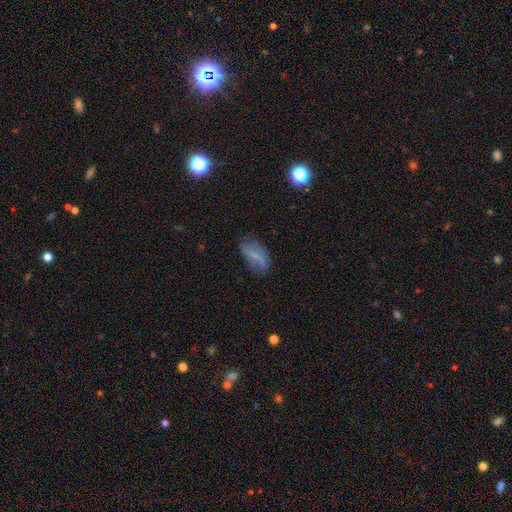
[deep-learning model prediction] Overall: smooth (46%; featured or disk 40%). Merging: none (54%; minor disturbance 27%).